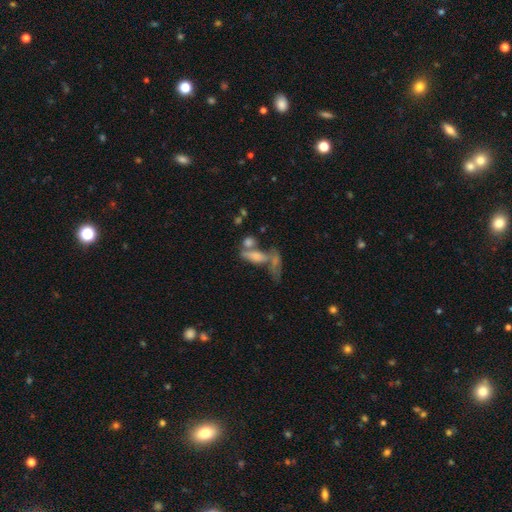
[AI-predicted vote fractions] A smooth galaxy with no disk features (40%).

Vote fractions:
- Smooth or featured? smooth: 40% / featured or disk: 38% / star or artifact: 22%
- Merging? merger: 46% / none: 25% / major disturbance: 18% / minor disturbance: 11%